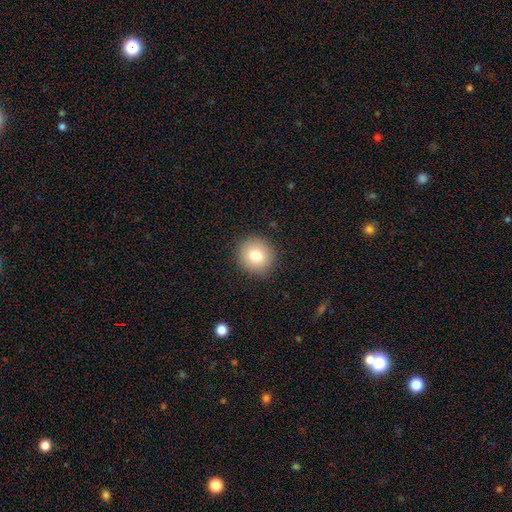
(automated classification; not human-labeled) smooth-or-featured: smooth: 78% | featured or disk: 12% | star or artifact: 11%
  how-rounded: round: 89% | in between: 10% | cigar-shaped: 1%
  merging: none: 89% | minor disturbance: 7% | major disturbance: 2% | merger: 1%